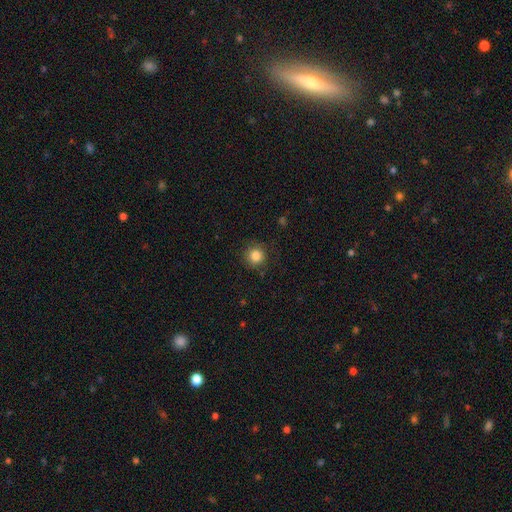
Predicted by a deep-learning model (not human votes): Q: Smooth or featured?
A: smooth (84%); runner-up: star or artifact (11%)
Q: How rounded?
A: round (93%); runner-up: in between (6%)
Q: Merging?
A: none (87%); runner-up: minor disturbance (9%)